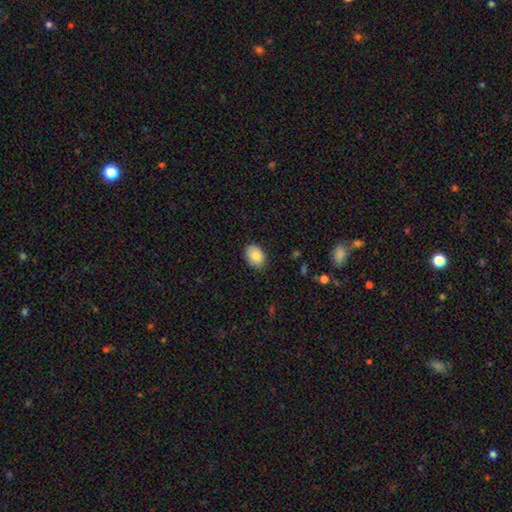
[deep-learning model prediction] Morphology: type=smooth (84%); roundness=in between (80%); merging=none (84%).